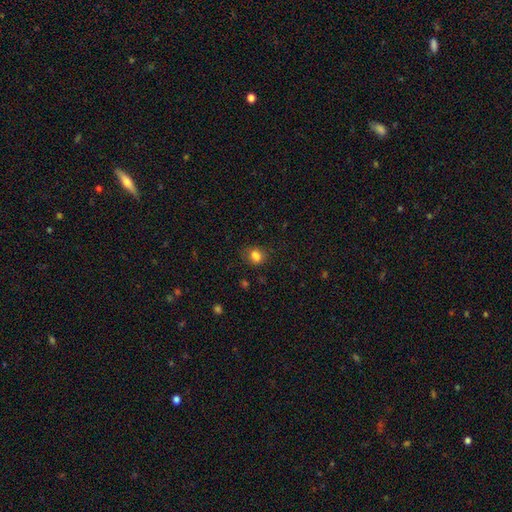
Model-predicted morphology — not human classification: A smooth galaxy with no disk features (80%) that is round (51%). Merging: none (63%).